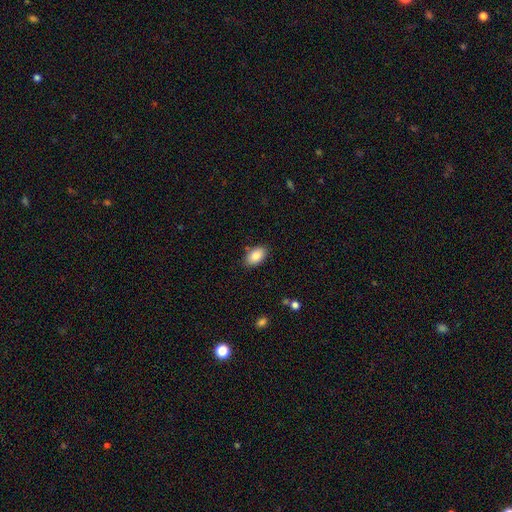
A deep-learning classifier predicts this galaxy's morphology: The model was most divided on "merging": none: 85%, minor disturbance: 11%, major disturbance: 2%, merger: 2%. More confident: how rounded — in between (93%); smooth or featured — smooth (87%).